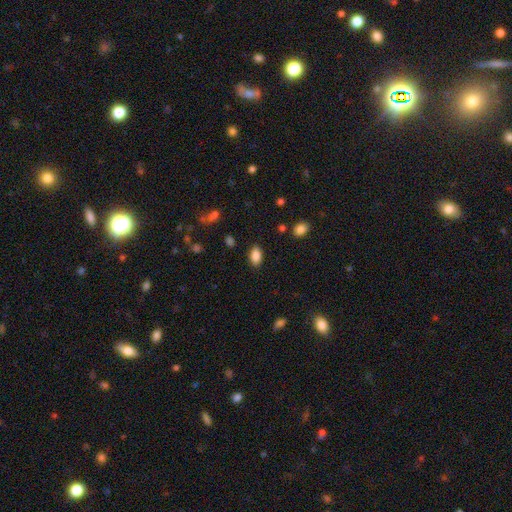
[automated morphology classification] A smooth galaxy with no disk features (87%) that is in between round and cigar-shaped (92%).

Vote fractions:
- Smooth or featured? smooth: 87% / star or artifact: 8% / featured or disk: 5%
- How rounded? in between: 92% / round: 6% / cigar-shaped: 3%
- Merging? none: 87% / minor disturbance: 9% / major disturbance: 3% / merger: 1%